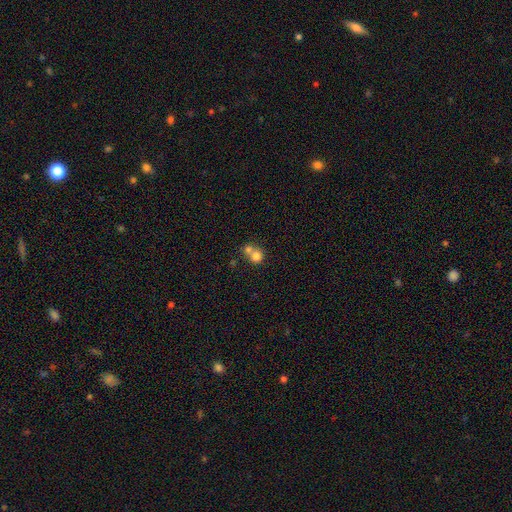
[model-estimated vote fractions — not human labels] A smooth galaxy with no disk features (78%) that is round (85%).

Vote fractions:
- Smooth or featured? smooth: 78% / featured or disk: 12% / star or artifact: 11%
- How rounded? round: 85% / in between: 14% / cigar-shaped: 1%
- Merging? merger: 56% / none: 35% / minor disturbance: 5% / major disturbance: 3%